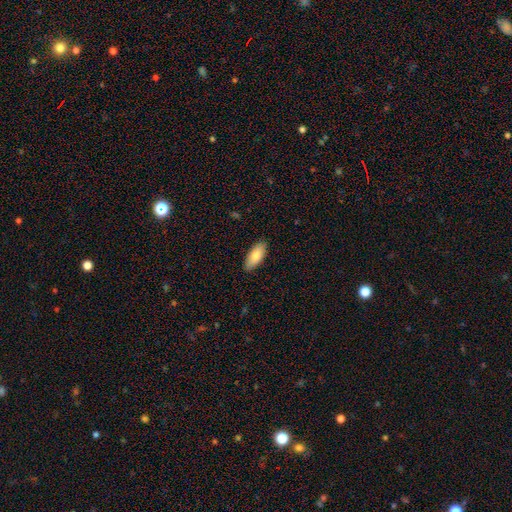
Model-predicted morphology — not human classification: smooth_or_featured: smooth (p=0.80) [alt: featured or disk p=0.14]
how_rounded: in between (p=0.84) [alt: cigar-shaped p=0.14]
merging: none (p=0.89) [alt: minor disturbance p=0.09]